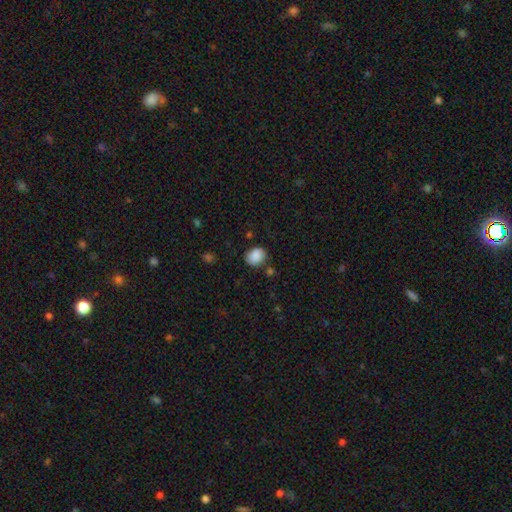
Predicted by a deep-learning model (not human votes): This appears to be a smooth galaxy with no disk features (87%) that is round (55%). Merging: none (74%).